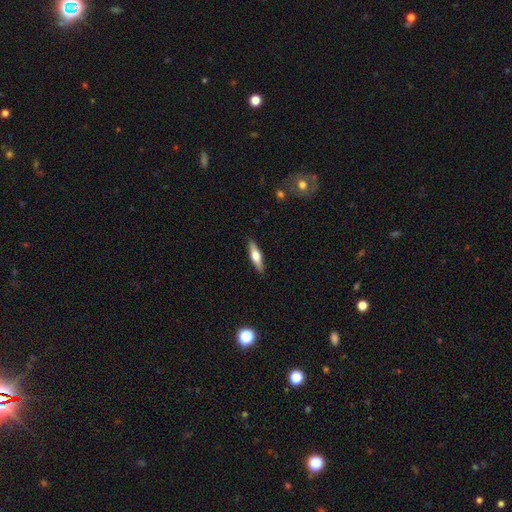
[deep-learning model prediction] Overall: featured or disk (48%; smooth 46%). Merging: none (89%).